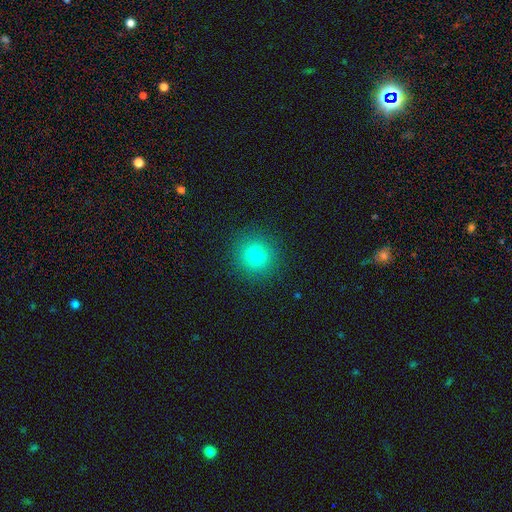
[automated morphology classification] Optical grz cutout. It shows a smooth galaxy with no disk features (79%) that is round (90%). Merging: none (90%).